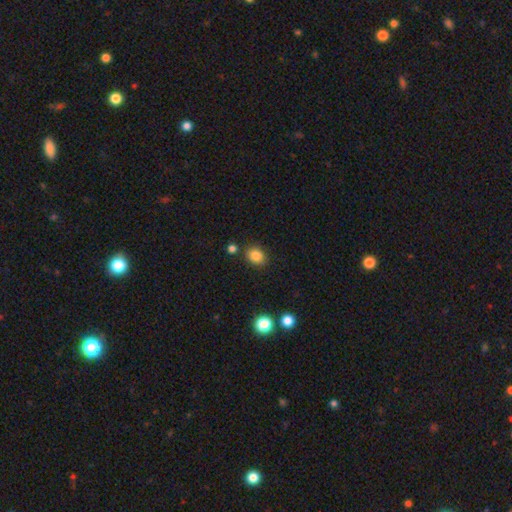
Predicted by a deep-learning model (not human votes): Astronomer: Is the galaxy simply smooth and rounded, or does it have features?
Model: smooth — 85%.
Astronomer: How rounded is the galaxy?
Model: round — 50% (runner-up: in between, 49%).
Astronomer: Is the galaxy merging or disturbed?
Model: none — 82%.